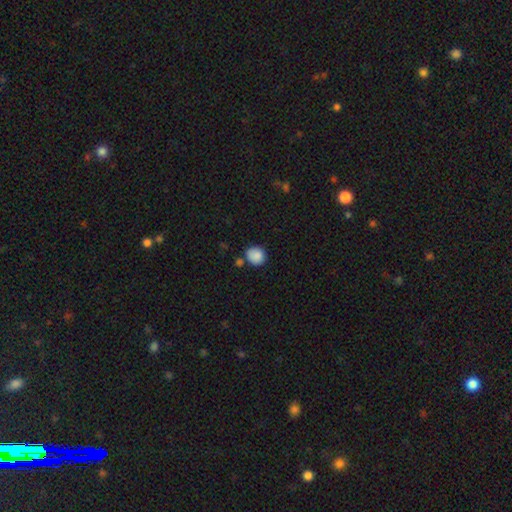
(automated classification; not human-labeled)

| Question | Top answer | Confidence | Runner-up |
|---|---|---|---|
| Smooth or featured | smooth | 87% | star or artifact (9%) |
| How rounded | round | 80% | in between (19%) |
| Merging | none | 71% | minor disturbance (15%) |